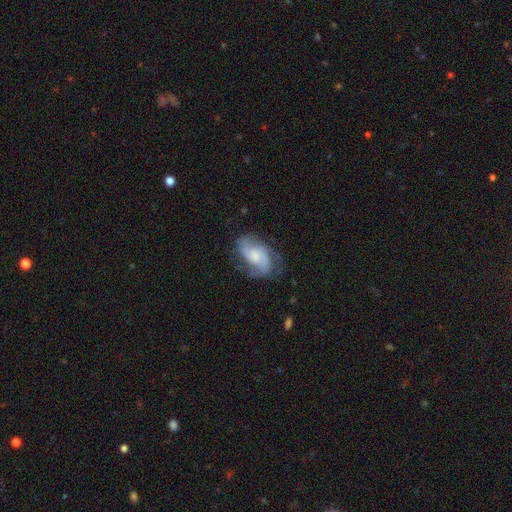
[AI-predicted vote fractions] Smooth or featured? featured or disk (66%)
Edge-on disk? no (96%)
Bar? no (57%)
Spiral arms? yes (89%)
Spiral winding? medium (47%)
Spiral arm count? 2 (58%)
Bulge size? moderate (37%)
Merging? none (59%)